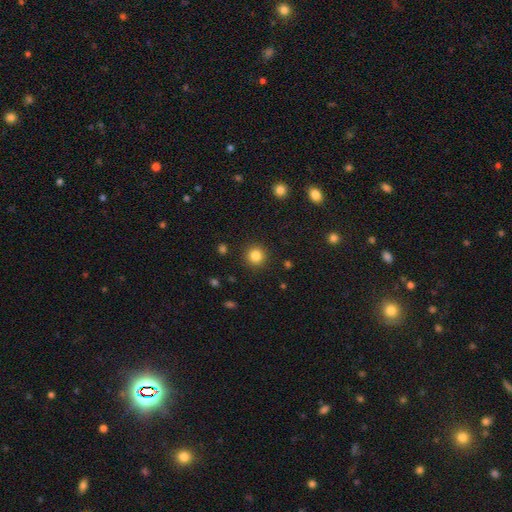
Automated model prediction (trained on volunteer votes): Smooth or featured: smooth — 84% (star or artifact — 11%)
How rounded: round — 93% (in between — 6%)
Merging: none — 90% (minor disturbance — 6%)